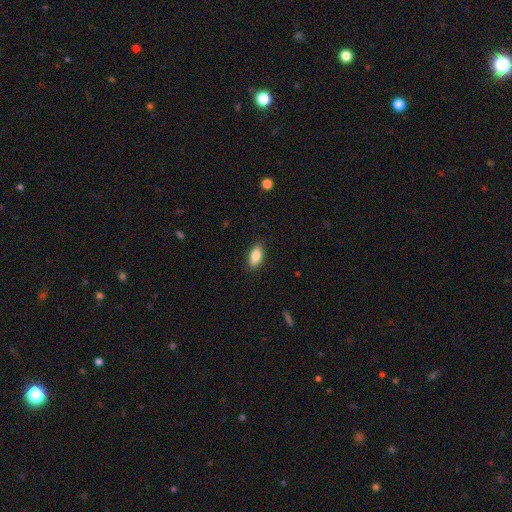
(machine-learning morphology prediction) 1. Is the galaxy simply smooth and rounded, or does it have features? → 83% smooth, 10% featured or disk, 7% star or artifact.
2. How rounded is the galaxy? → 87% in between, 10% cigar-shaped, 3% round.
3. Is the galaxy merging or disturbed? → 88% none, 9% minor disturbance, 2% major disturbance, 1% merger.